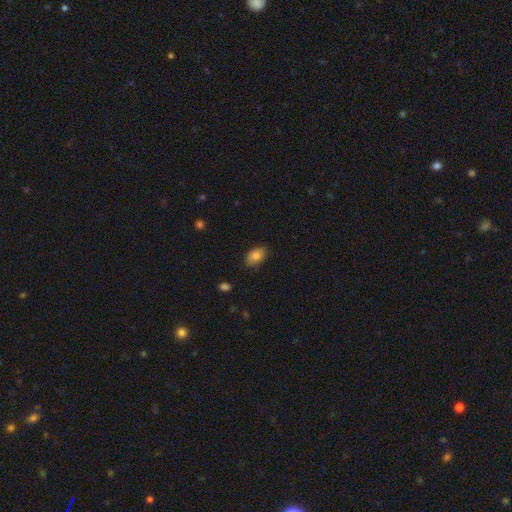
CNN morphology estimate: Smooth or featured?
  - smooth: 80% *
  - featured or disk: 11%
  - star or artifact: 8%
How rounded?
  - in between: 87% *
  - round: 12%
  - cigar-shaped: 1%
Merging?
  - none: 78% *
  - minor disturbance: 18%
  - major disturbance: 3%
  - merger: 1%